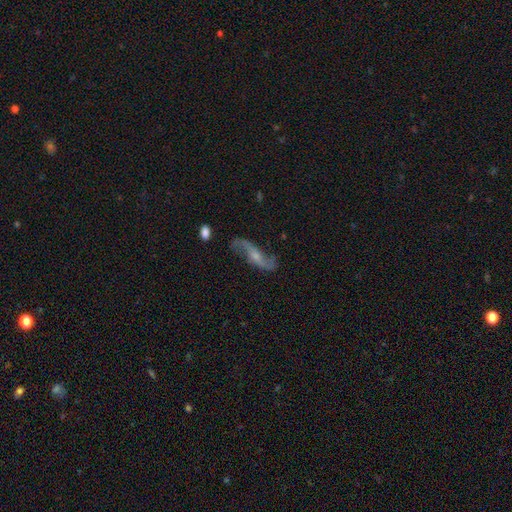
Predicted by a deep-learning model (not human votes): Smooth or featured? featured or disk (85%)
Edge-on disk? no (88%)
Bar? no (50%)
Spiral arms? yes (95%)
Spiral winding? loose (85%)
Spiral arm count? 2 (93%)
Bulge size? small (47%)
Merging? none (72%)